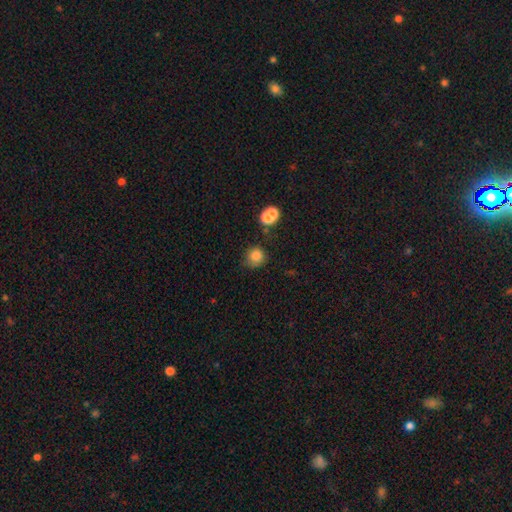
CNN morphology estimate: A smooth galaxy with no disk features (82%) that is round (87%). Merging: none (68%).